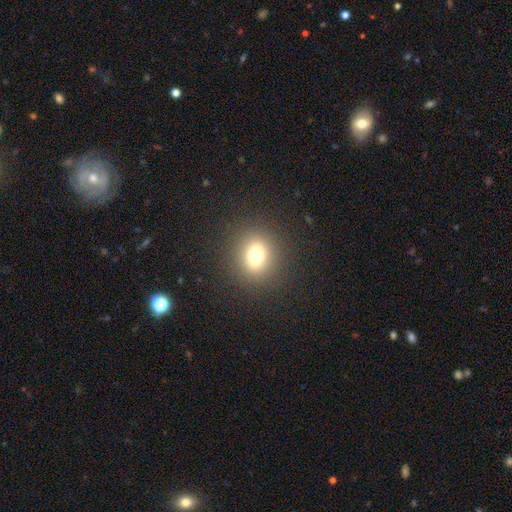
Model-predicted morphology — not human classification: Q: Smooth or featured?
A: smooth (74%); runner-up: star or artifact (16%)
Q: How rounded?
A: round (72%); runner-up: in between (27%)
Q: Merging?
A: none (89%); runner-up: minor disturbance (7%)